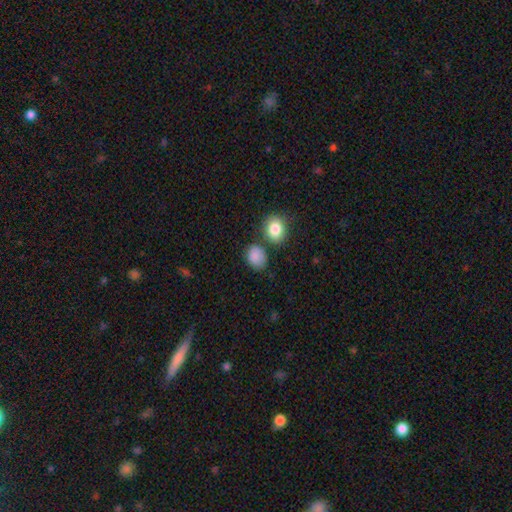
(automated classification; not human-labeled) A smooth galaxy with no disk features (87%) that is in between round and cigar-shaped (56%).

Vote fractions:
- Smooth or featured? smooth: 87% / star or artifact: 9% / featured or disk: 5%
- How rounded? in between: 56% / round: 43% / cigar-shaped: 1%
- Merging? none: 69% / minor disturbance: 17% / merger: 9% / major disturbance: 5%